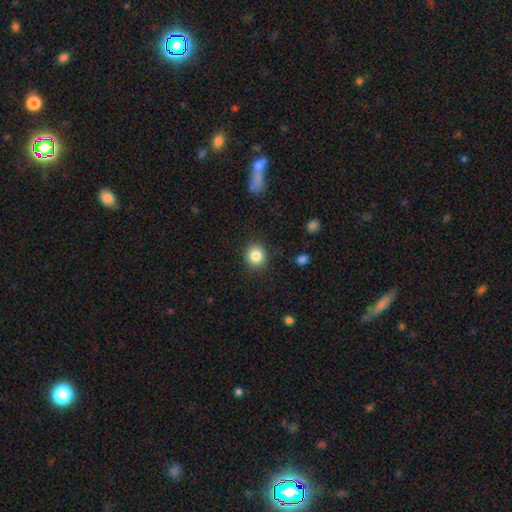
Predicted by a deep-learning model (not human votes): smooth 84%, star or artifact 10%, featured or disk 6%. Down the decision tree: how rounded — round (85%); merging — none (90%).